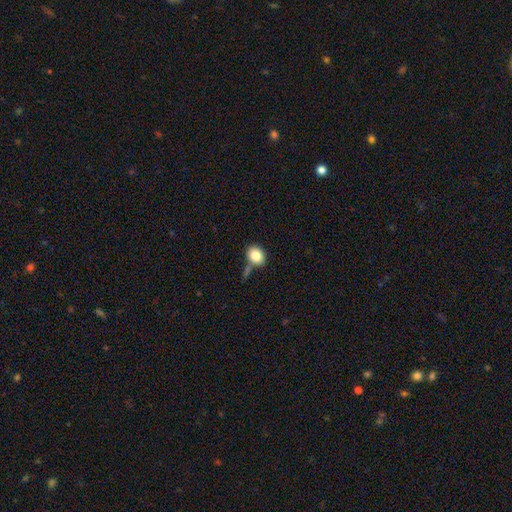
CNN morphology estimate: Smooth or featured: smooth — 84% (star or artifact — 9%)
How rounded: in between — 50% (round — 49%)
Merging: none — 60% (minor disturbance — 18%)